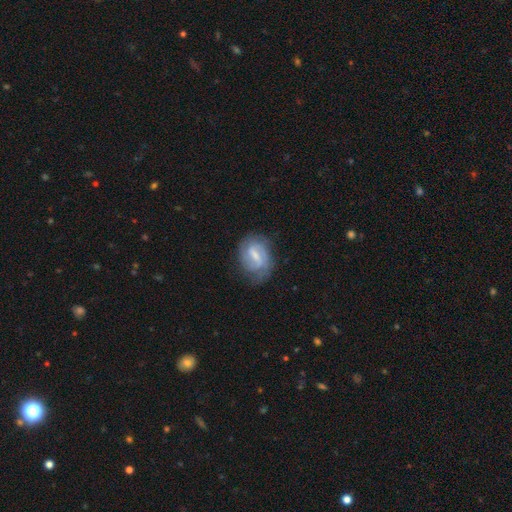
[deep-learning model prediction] This is likely a featured or disk galaxy (72%). It is clearly not viewed edge-on (97%). Bar: possibly weak (54%). Spiral arm pattern: clearly yes (88%). Spiral arm count: possibly 2 (59%). Spiral winding: marginally tight (43%). Central bulge: possibly small (46%). Merging: likely none (65%).